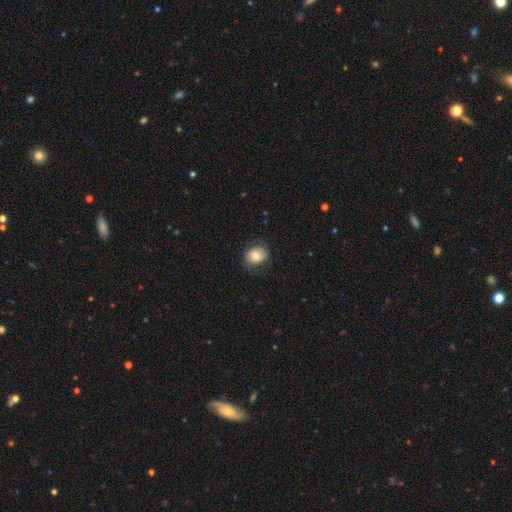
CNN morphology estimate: Smooth or featured?
  - smooth: 72% *
  - featured or disk: 19%
  - star or artifact: 9%
How rounded?
  - round: 55% *
  - in between: 44%
  - cigar-shaped: 1%
Merging?
  - none: 71% *
  - minor disturbance: 21%
  - major disturbance: 8%
  - merger: 1%